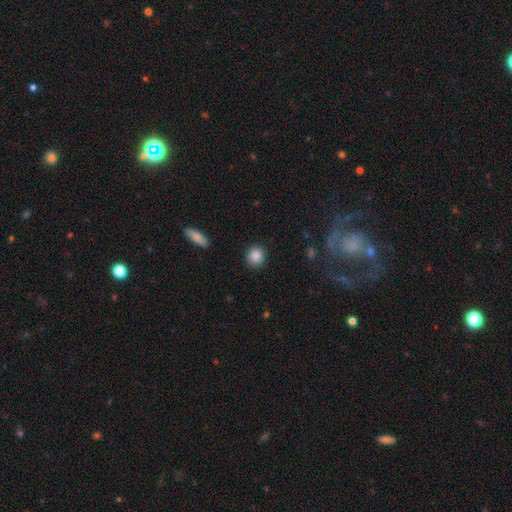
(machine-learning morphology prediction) The model was most divided on "how rounded": round: 84%, in between: 15%, cigar-shaped: 1%. More confident: merging — none (90%); smooth or featured — smooth (87%).